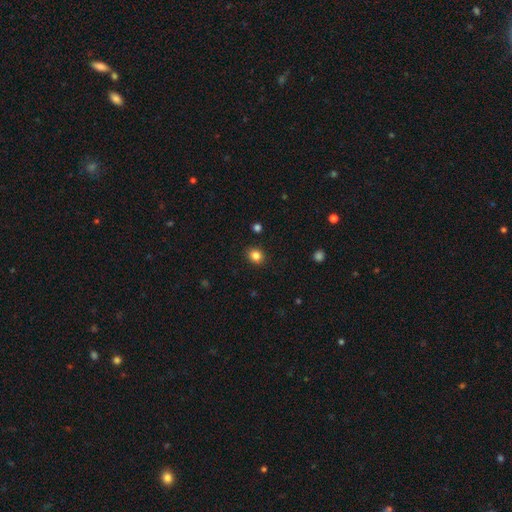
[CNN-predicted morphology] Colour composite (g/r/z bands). It shows a smooth galaxy with no disk features (84%) that is round (72%). Merging: none (89%).